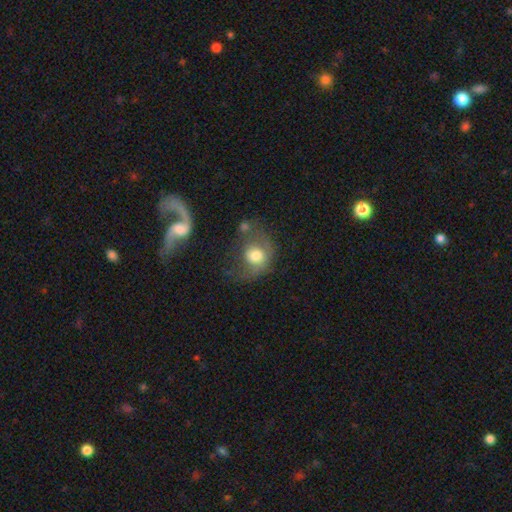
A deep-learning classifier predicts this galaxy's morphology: smooth-or-featured: smooth: 61% | featured or disk: 30% | star or artifact: 9%
  how-rounded: round: 56% | in between: 42% | cigar-shaped: 1%
  merging: major disturbance: 37% | none: 28% | minor disturbance: 23% | merger: 12%